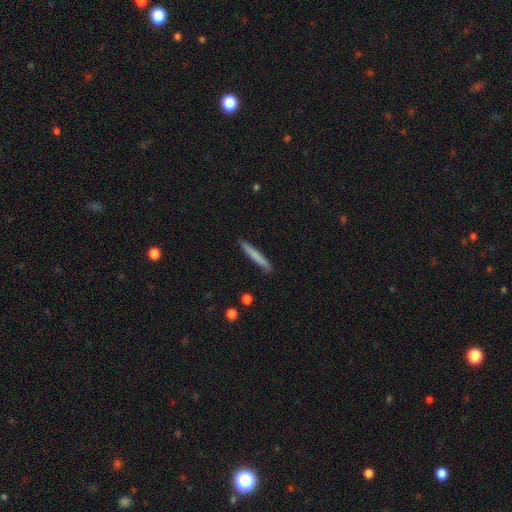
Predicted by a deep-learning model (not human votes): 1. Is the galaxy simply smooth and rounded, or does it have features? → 74% smooth, 20% featured or disk, 5% star or artifact.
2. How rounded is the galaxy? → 96% cigar-shaped, 3% in between, 1% round.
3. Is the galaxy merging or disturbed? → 89% none, 8% minor disturbance, 1% major disturbance, 1% merger.